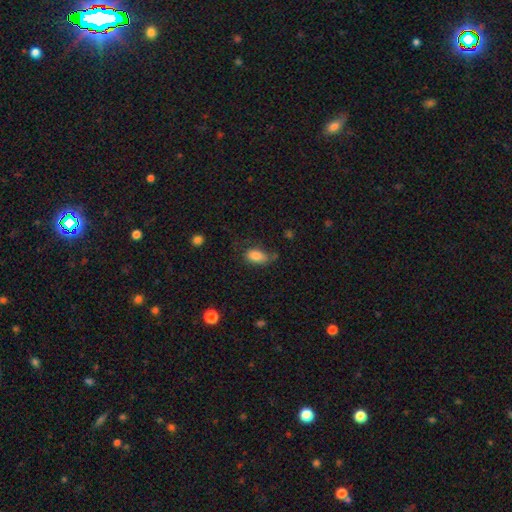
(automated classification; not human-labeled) A smooth galaxy with no disk features (84%) that is in between round and cigar-shaped (90%).

Vote fractions:
- Smooth or featured? smooth: 84% / star or artifact: 8% / featured or disk: 8%
- How rounded? in between: 90% / round: 7% / cigar-shaped: 3%
- Merging? none: 53% / minor disturbance: 30% / major disturbance: 15% / merger: 3%